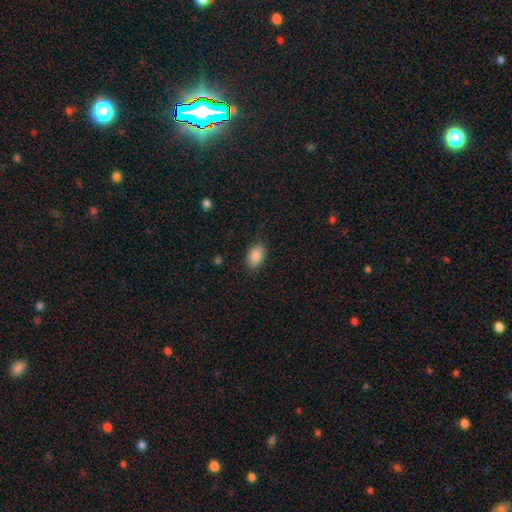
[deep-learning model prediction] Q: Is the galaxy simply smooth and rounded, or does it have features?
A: smooth — 89%.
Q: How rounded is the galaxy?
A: in between — 90%.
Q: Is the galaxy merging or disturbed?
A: none — 83%.